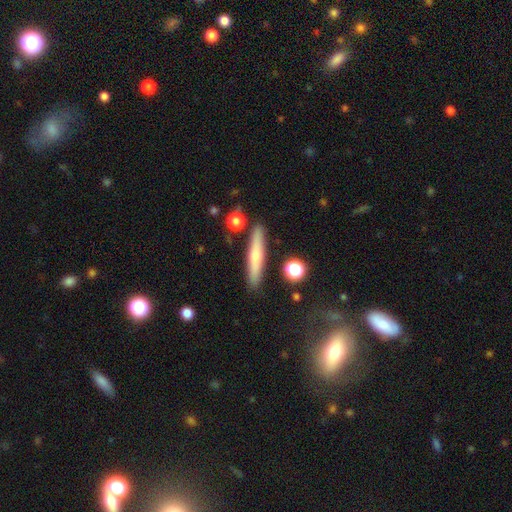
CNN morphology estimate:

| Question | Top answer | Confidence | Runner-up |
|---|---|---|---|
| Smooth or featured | smooth | 53% | featured or disk (40%) |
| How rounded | cigar-shaped | 90% | in between (8%) |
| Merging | none | 87% | minor disturbance (8%) |